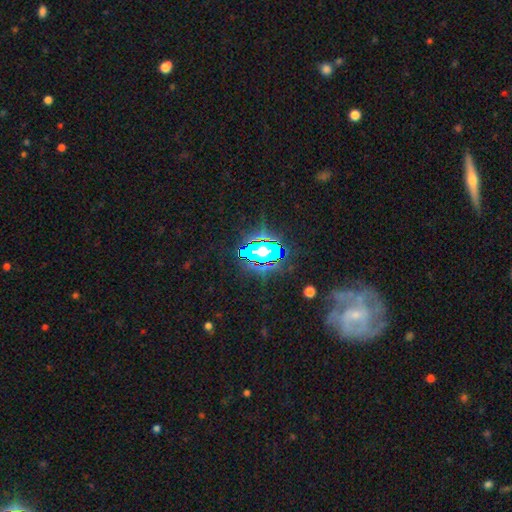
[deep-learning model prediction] star or artifact 54%, featured or disk 30%, smooth 17%.